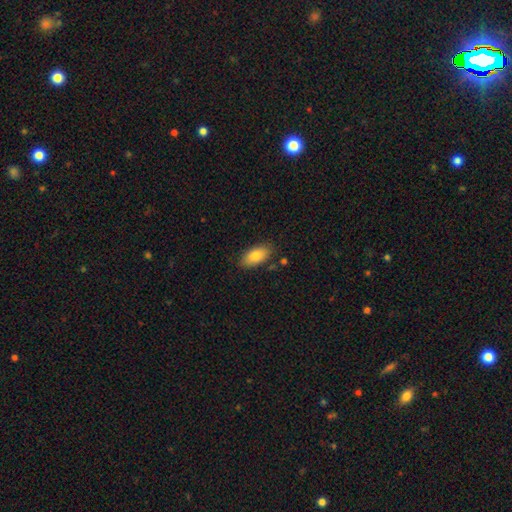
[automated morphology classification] A smooth galaxy with no disk features (81%) that is in between round and cigar-shaped (92%). Merging: none (83%).